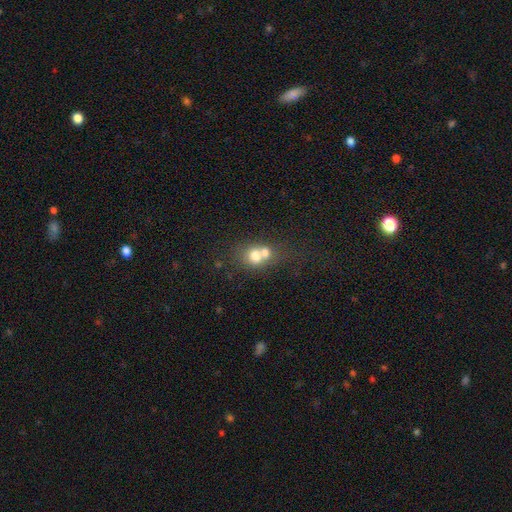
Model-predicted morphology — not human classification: The model was most divided on "how rounded": round: 69%, in between: 30%, cigar-shaped: 1%. More confident: smooth or featured — smooth (68%); merging — merger (66%).